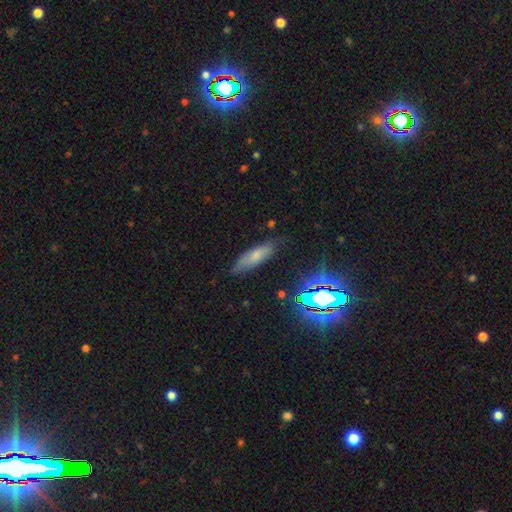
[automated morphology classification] Smooth or featured: smooth — 60% (featured or disk — 24%)
How rounded: cigar-shaped — 50% (in between — 47%)
Merging: none — 73% (minor disturbance — 20%)